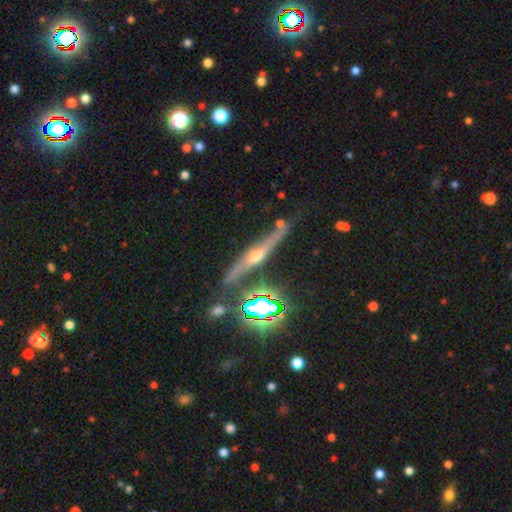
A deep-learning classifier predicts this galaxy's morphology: smooth-or-featured: featured or disk: 71% | smooth: 16% | star or artifact: 13%
  disk-edge-on: yes: 91% | no: 9%
    edge-on-bulge: rounded: 91% | boxy: 4% | none: 4%
  merging: none: 76% | minor disturbance: 14% | merger: 6% | major disturbance: 4%